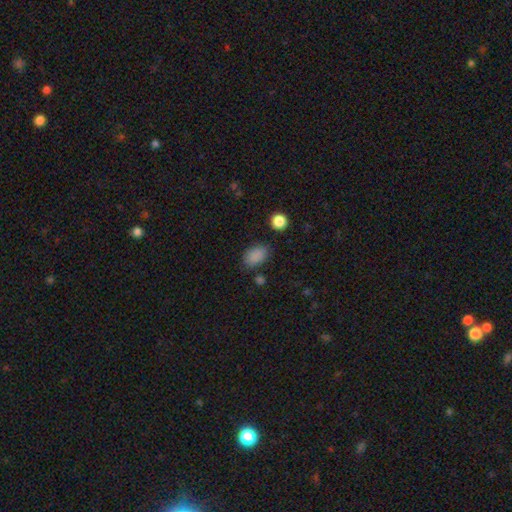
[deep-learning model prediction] Smooth or featured? Predicted: smooth (p=0.85). How rounded? Predicted: in between (p=0.84). Merging? Predicted: none (p=0.76).